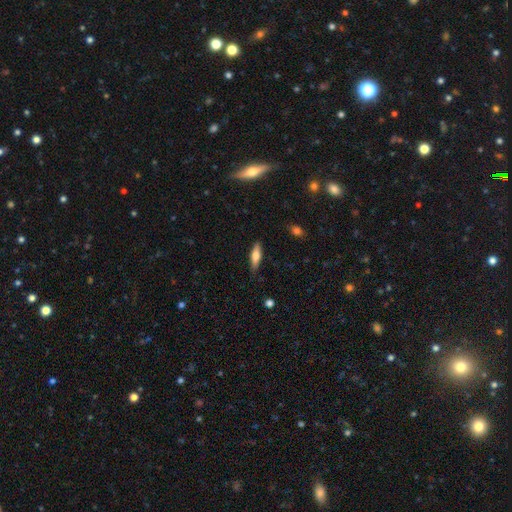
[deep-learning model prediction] A smooth galaxy with no disk features (64%) that is cigar-shaped (59%). Merging: none (84%).